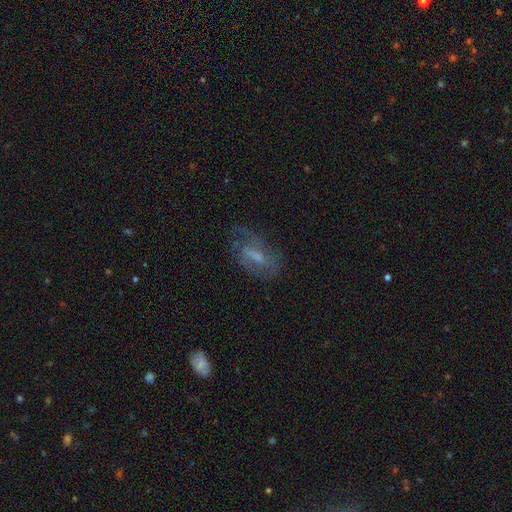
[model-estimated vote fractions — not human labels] featured or disk 57%, smooth 32%, star or artifact 10%. Down the decision tree: edge-on disk — no (91%); bar — weak (47%); spiral arms — yes (72%); bulge size — moderate (33%); merging — none (55%).